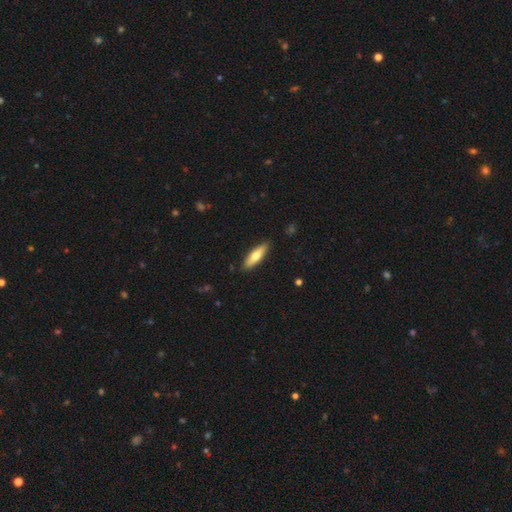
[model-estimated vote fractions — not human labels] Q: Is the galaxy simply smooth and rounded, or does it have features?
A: smooth — 67%.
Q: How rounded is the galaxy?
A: cigar-shaped — 58%.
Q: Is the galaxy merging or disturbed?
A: none — 89%.